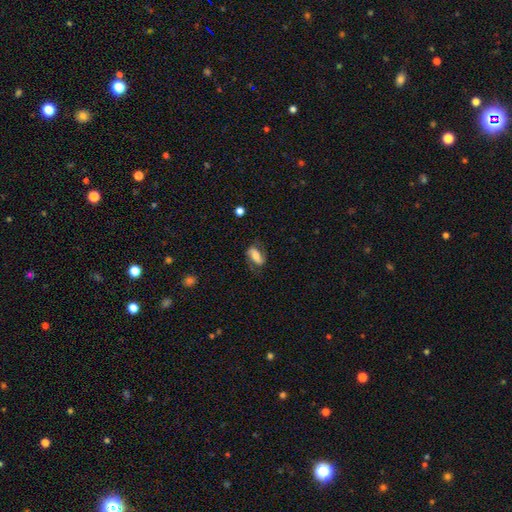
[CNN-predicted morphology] featured or disk 54%, smooth 38%, star or artifact 7%. Down the decision tree: edge-on disk — no (92%); merging — none (66%).